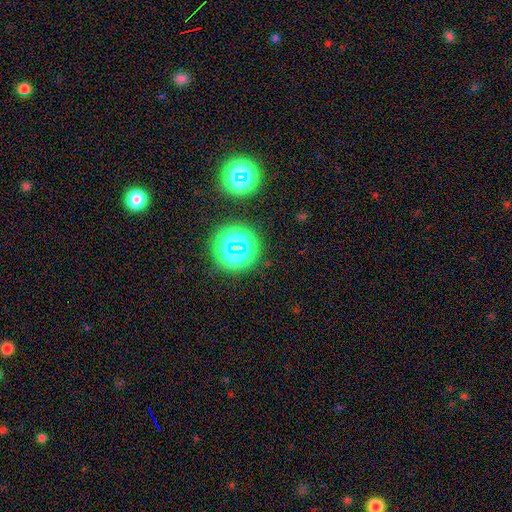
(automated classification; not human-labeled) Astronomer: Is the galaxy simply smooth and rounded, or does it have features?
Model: star or artifact — 68%.